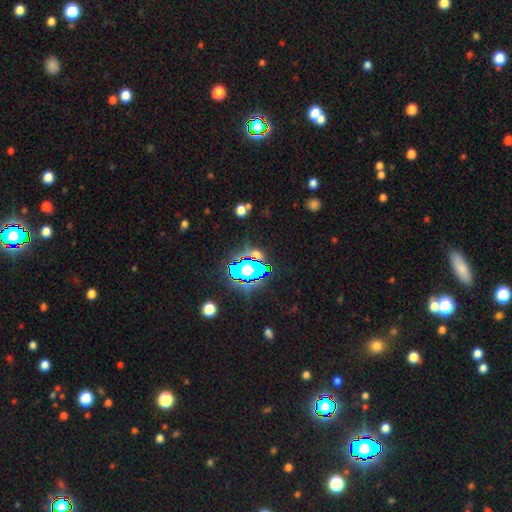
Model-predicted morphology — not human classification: smooth-or-featured: star or artifact: 54% | smooth: 31% | featured or disk: 15%